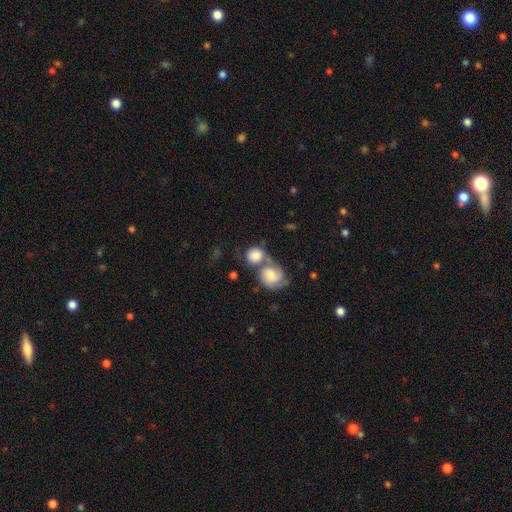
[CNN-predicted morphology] Smooth or featured? Predicted: smooth (p=0.65). How rounded? Predicted: round (p=0.72). Merging? Predicted: merger (p=0.62).